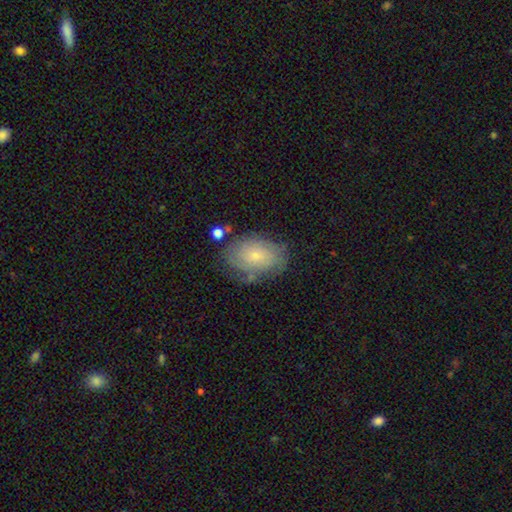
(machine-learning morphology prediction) The model was most divided on "smooth or featured": smooth: 52%, featured or disk: 40%, star or artifact: 8%. More confident: how rounded — in between (81%); merging — none (65%).